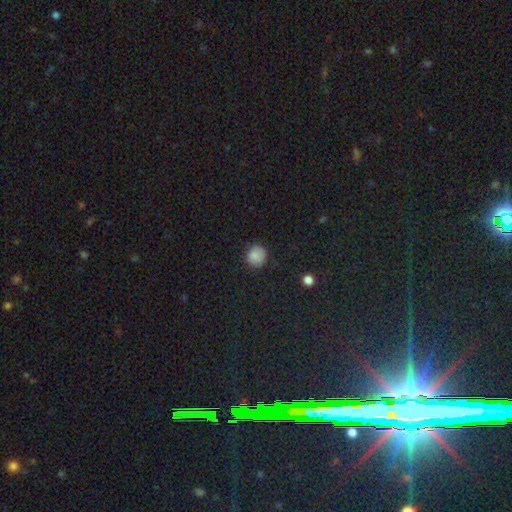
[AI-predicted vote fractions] Q: Smooth or featured?
A: smooth (84%); runner-up: star or artifact (11%)
Q: How rounded?
A: round (88%); runner-up: in between (11%)
Q: Merging?
A: none (85%); runner-up: minor disturbance (11%)